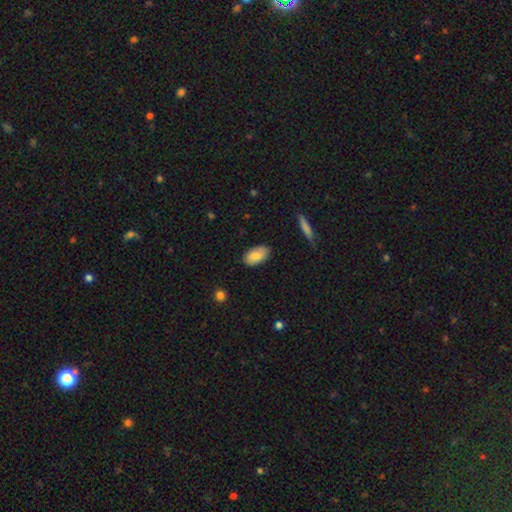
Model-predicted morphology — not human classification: smooth_or_featured: smooth (p=0.82) [alt: featured or disk p=0.11]
how_rounded: in between (p=0.95) [alt: round p=0.04]
merging: none (p=0.84) [alt: minor disturbance p=0.12]